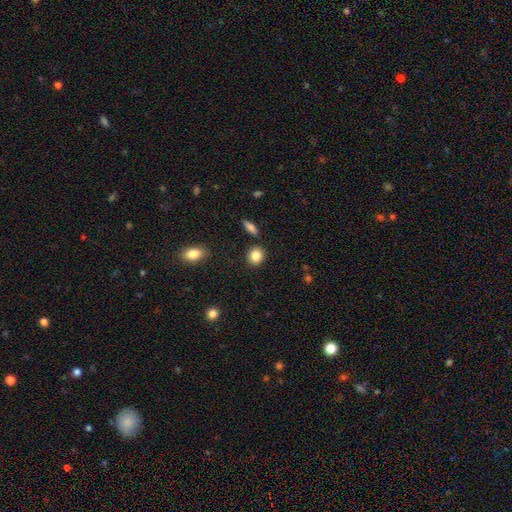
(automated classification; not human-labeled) This is clearly a smooth galaxy (85%). How rounded: likely round (74%). Merging: clearly none (86%).